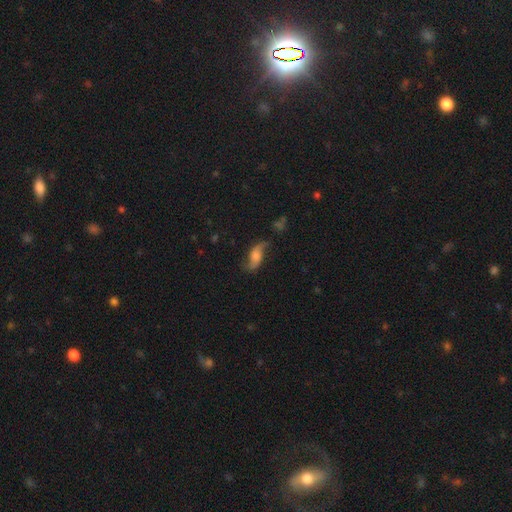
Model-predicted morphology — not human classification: smooth_or_featured: featured or disk (p=0.63) [alt: smooth p=0.28]
disk_edge_on: no (p=0.90) [alt: yes p=0.10]
bar: no (p=0.58) [alt: weak p=0.31]
has_spiral_arms: yes (p=0.91) [alt: no p=0.09]
spiral_winding: loose (p=0.83) [alt: medium p=0.13]
spiral_arm_count: 2 (p=0.90) [alt: 1 p=0.04]
bulge_size: moderate (p=0.29) [alt: small p=0.24]
merging: none (p=0.63) [alt: minor disturbance p=0.21]